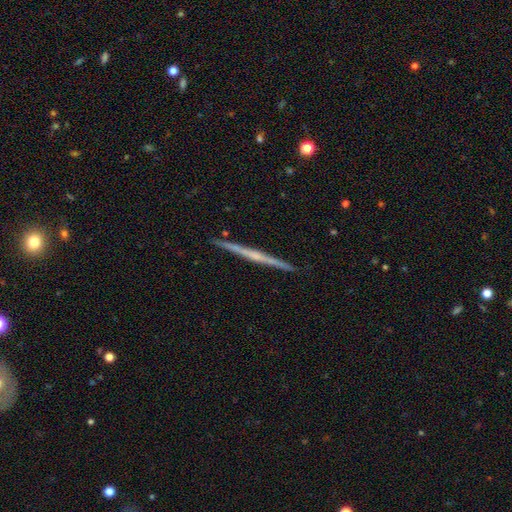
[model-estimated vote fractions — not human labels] Smooth or featured? featured or disk (72%)
Edge-on disk? yes (98%)
Edge-on bulge? none (56%)
Merging? none (92%)